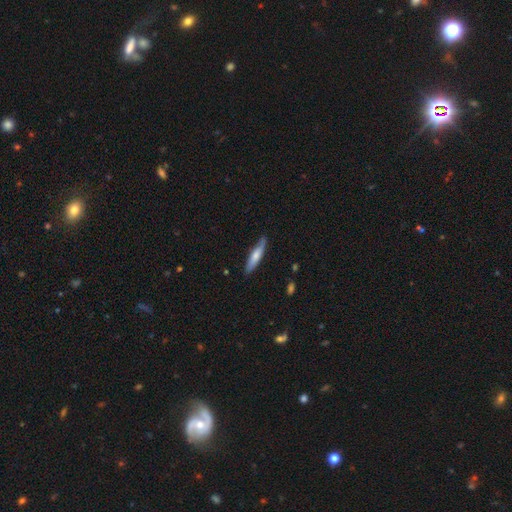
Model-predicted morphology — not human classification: Smooth or featured?
  - smooth: 61% *
  - featured or disk: 33%
  - star or artifact: 5%
How rounded?
  - cigar-shaped: 83% *
  - in between: 16%
  - round: 1%
Merging?
  - none: 78% *
  - minor disturbance: 18%
  - major disturbance: 3%
  - merger: 2%